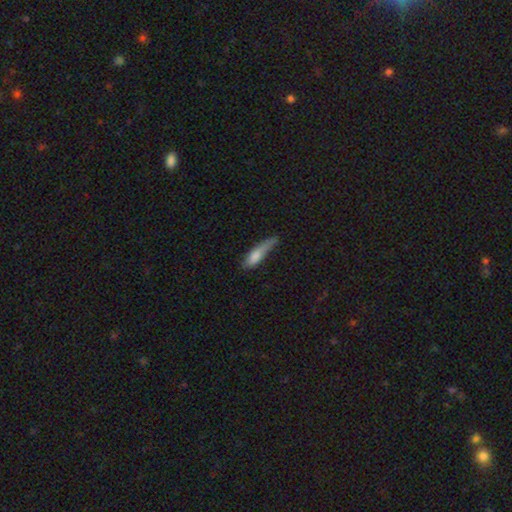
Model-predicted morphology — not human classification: This is likely a smooth galaxy (75%). How rounded: likely cigar-shaped (65%). Merging: marginally minor disturbance (39%).